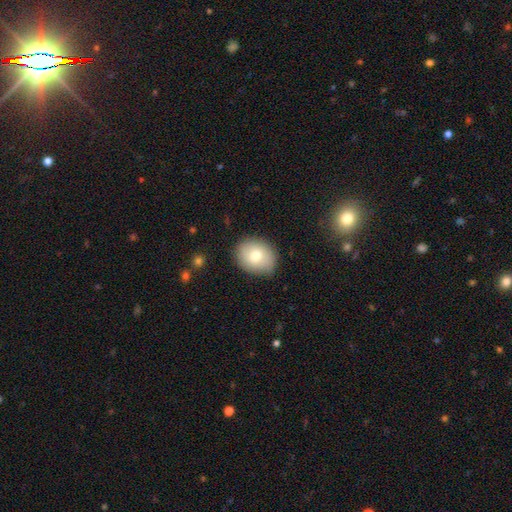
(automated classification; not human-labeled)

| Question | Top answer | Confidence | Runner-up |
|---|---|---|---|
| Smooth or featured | smooth | 74% | featured or disk (17%) |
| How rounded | round | 51% | in between (48%) |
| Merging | none | 84% | minor disturbance (12%) |